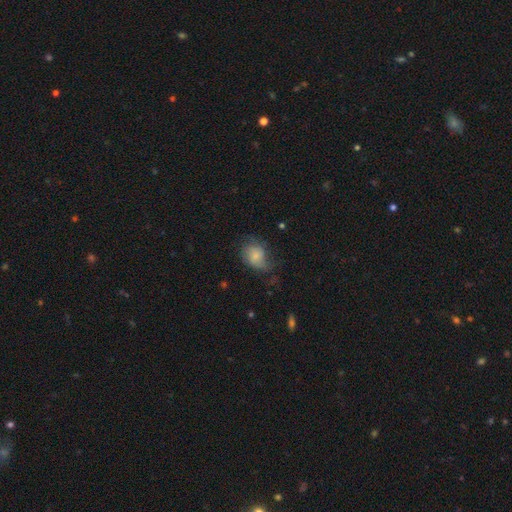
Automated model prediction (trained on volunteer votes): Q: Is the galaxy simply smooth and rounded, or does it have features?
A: smooth — 66%.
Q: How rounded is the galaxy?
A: in between — 61%.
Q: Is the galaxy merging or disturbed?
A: none — 38%.